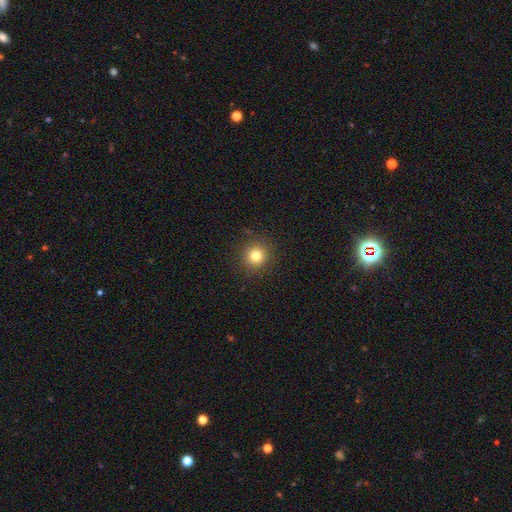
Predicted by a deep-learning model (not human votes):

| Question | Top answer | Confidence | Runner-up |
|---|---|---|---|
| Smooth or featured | smooth | 80% | star or artifact (13%) |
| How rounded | round | 93% | in between (6%) |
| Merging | none | 90% | minor disturbance (6%) |